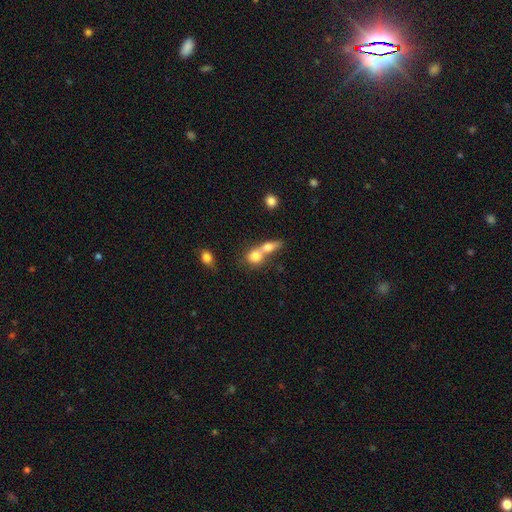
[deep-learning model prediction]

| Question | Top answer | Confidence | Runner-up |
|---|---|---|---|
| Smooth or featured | smooth | 72% | featured or disk (19%) |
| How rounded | round | 54% | in between (38%) |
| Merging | merger | 71% | none (20%) |